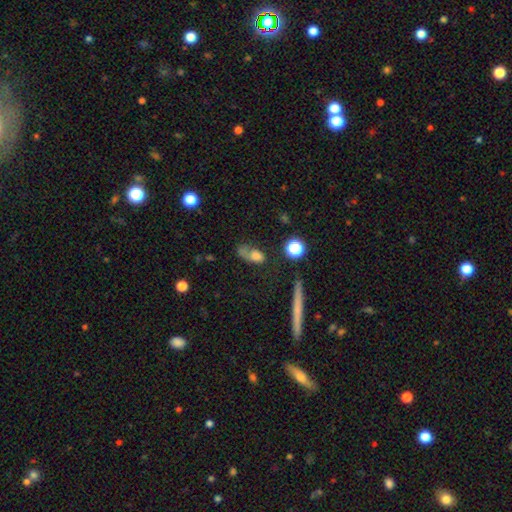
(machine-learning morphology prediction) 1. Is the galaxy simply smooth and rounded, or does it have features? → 64% smooth, 21% featured or disk, 15% star or artifact.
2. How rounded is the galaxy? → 65% in between, 24% round, 11% cigar-shaped.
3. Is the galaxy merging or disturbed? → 34% none, 29% major disturbance, 21% minor disturbance, 16% merger.